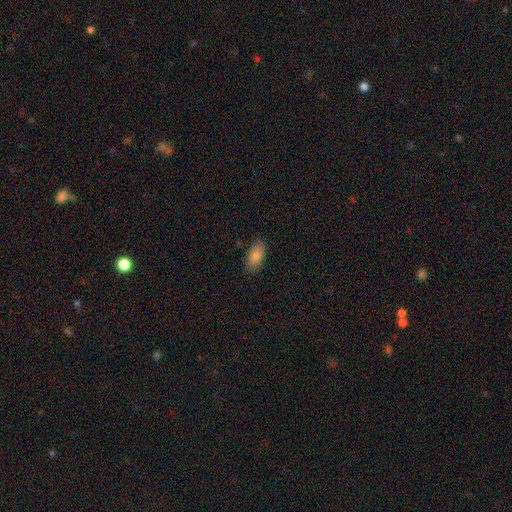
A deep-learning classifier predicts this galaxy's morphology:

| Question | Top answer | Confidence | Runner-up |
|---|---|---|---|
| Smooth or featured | smooth | 85% | featured or disk (8%) |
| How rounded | in between | 93% | cigar-shaped (5%) |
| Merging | none | 86% | minor disturbance (11%) |